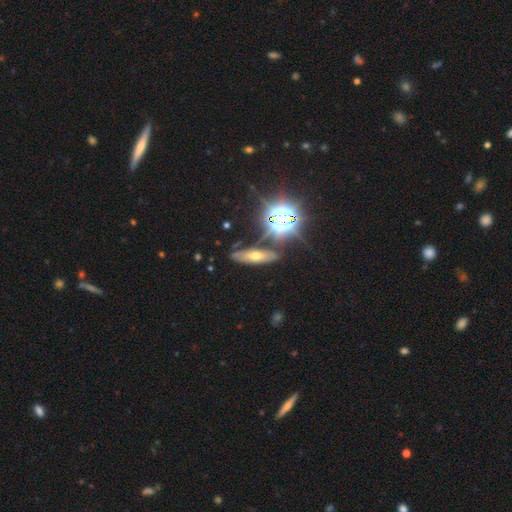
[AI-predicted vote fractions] star or artifact 36%, smooth 33%, featured or disk 31%.